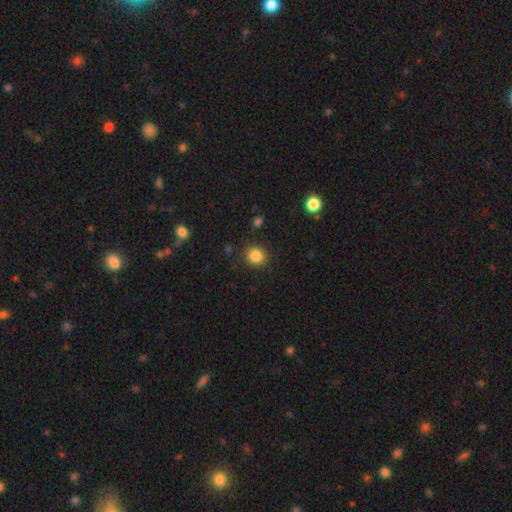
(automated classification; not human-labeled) A smooth galaxy with no disk features (85%) that is round (85%). Merging: none (89%).